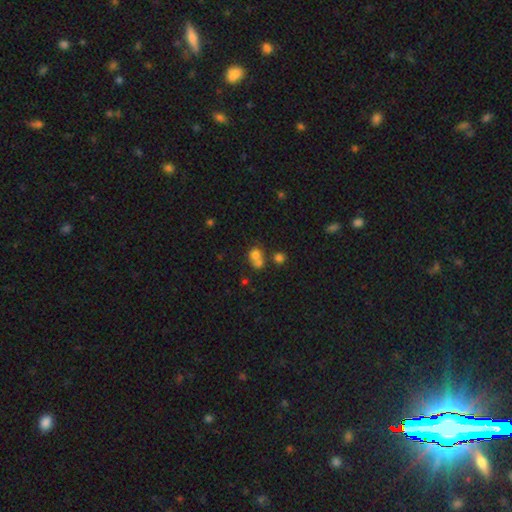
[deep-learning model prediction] This appears to be a smooth galaxy with no disk features (73%) that is round (73%). Merging: merger (54%).